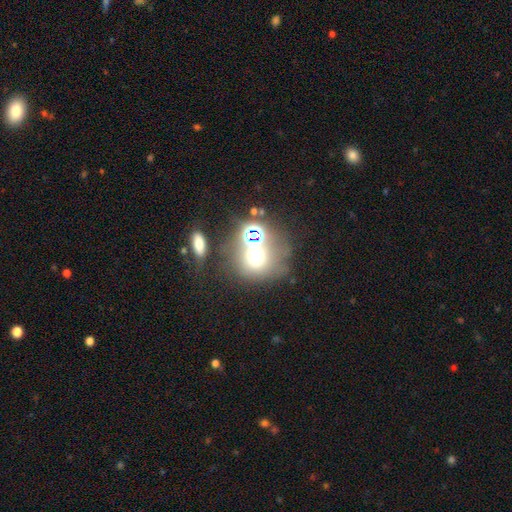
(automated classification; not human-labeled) Morphology: type=smooth (54%); roundness=round (80%); merging=none (52%).